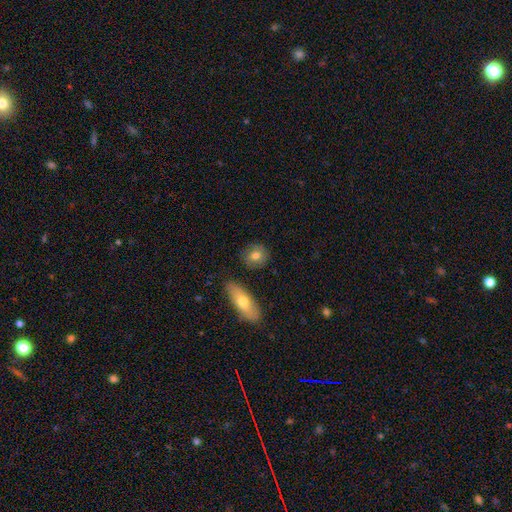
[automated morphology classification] Overall: smooth (75%). How rounded: round (70%). Merging: none (83%).